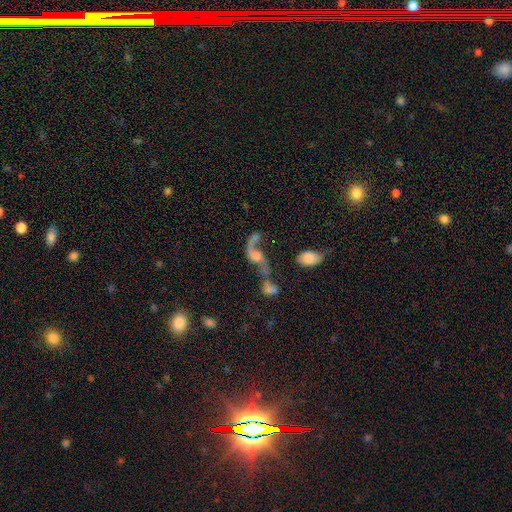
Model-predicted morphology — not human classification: Overall: featured or disk (75%). Edge-on disk: no (93%). Bar: no (63%; weak 29%). Spiral arms: yes (86%). Spiral arm count: 2 (82%). Spiral winding: loose (90%). Bulge size: moderate (42%; small 24%). Merging: merger (33%, tied with none).